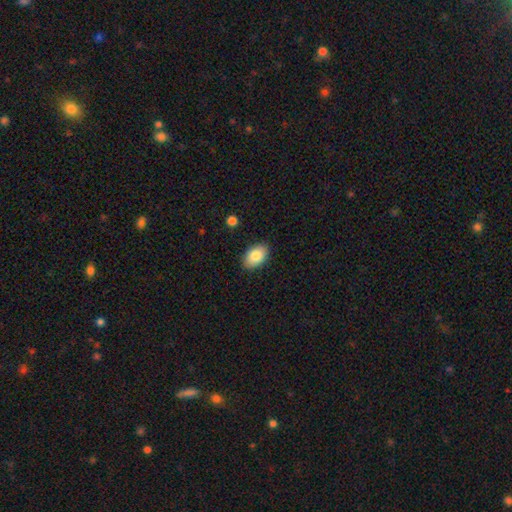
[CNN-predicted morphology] Smooth or featured? smooth (84%)
How rounded? in between (91%)
Merging? none (87%)